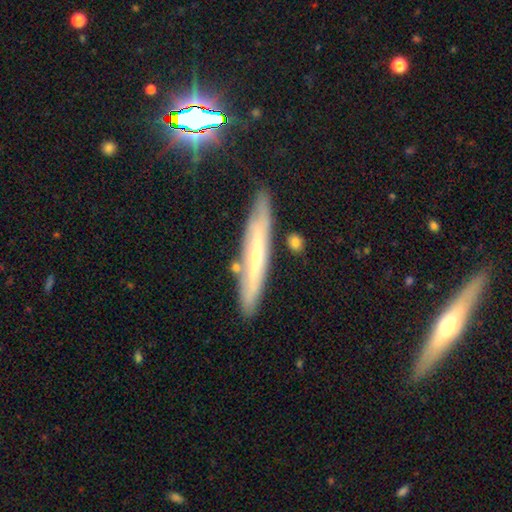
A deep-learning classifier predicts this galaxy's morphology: Q: Smooth or featured?
A: featured or disk (67%); runner-up: smooth (25%)
Q: Edge-on disk?
A: yes (77%); runner-up: no (23%)
Q: Edge-on bulge?
A: rounded (56%); runner-up: none (39%)
Q: Merging?
A: none (82%); runner-up: minor disturbance (12%)